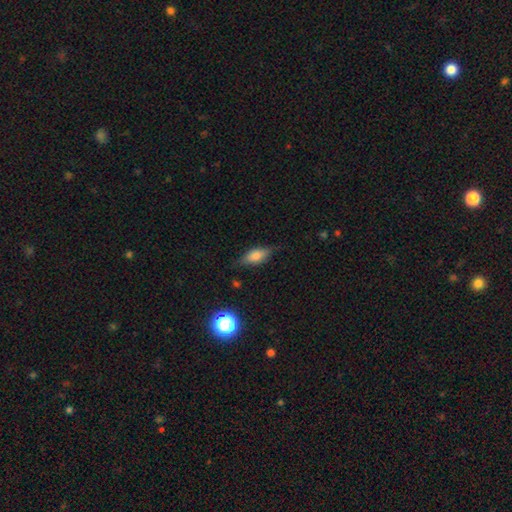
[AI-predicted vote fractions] Smooth or featured? Predicted: smooth (p=0.67). How rounded? Predicted: in between (p=0.74). Merging? Predicted: none (p=0.75).